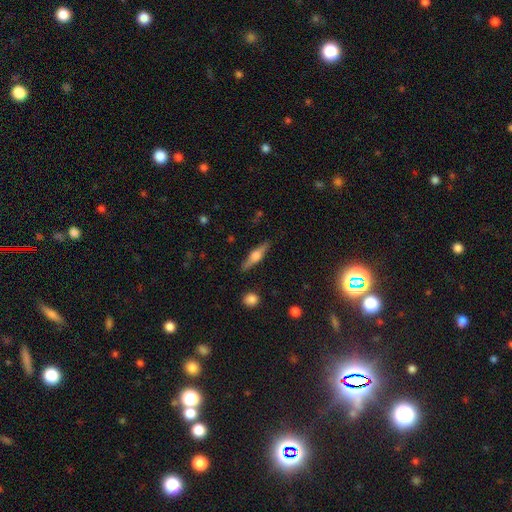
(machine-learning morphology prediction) smooth-or-featured: featured or disk: 62% | smooth: 31% | star or artifact: 6%
  disk-edge-on: yes: 96% | no: 4%
    edge-on-bulge: rounded: 90% | boxy: 7% | none: 3%
  merging: none: 88% | minor disturbance: 8% | major disturbance: 2% | merger: 2%